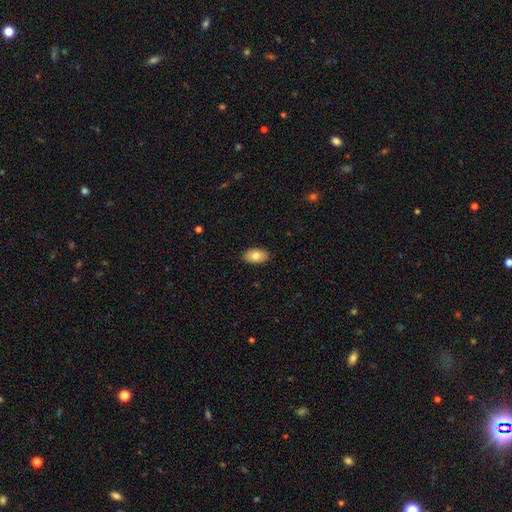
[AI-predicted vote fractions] Smooth or featured? Predicted: smooth (p=0.79). How rounded? Predicted: in between (p=0.92). Merging? Predicted: none (p=0.89).